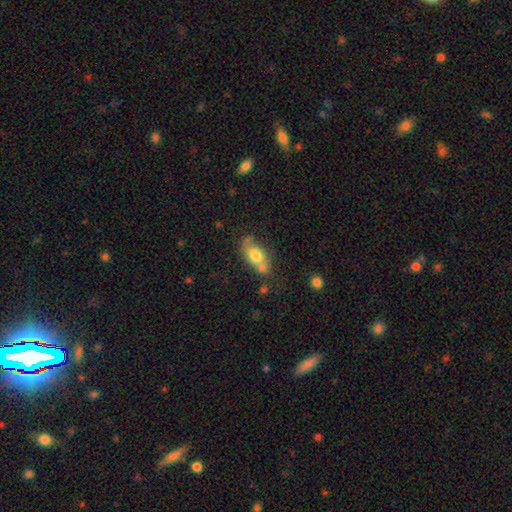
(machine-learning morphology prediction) This appears to be a smooth galaxy with no disk features (69%) that is in between round and cigar-shaped (82%). Merging: none (47%).